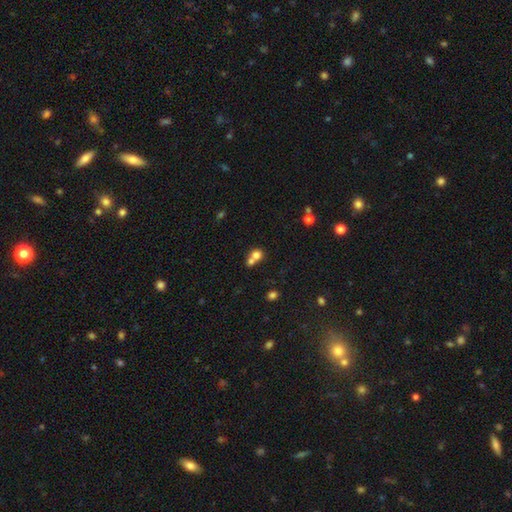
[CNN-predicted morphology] A smooth galaxy with no disk features (73%) that is round (78%). Merging: merger (60%).